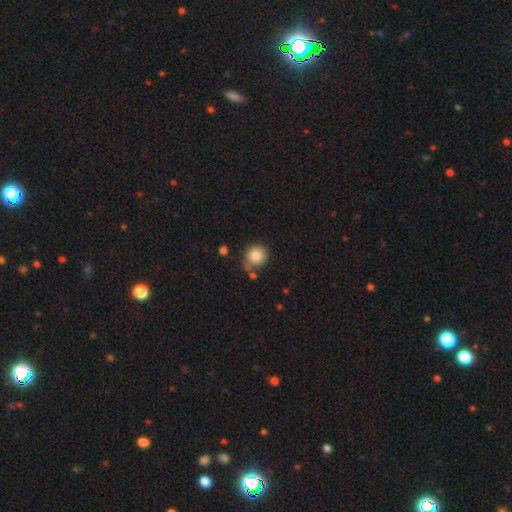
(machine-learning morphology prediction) smooth 85%, star or artifact 9%, featured or disk 7%. Down the decision tree: how rounded — round (89%); merging — none (66%).